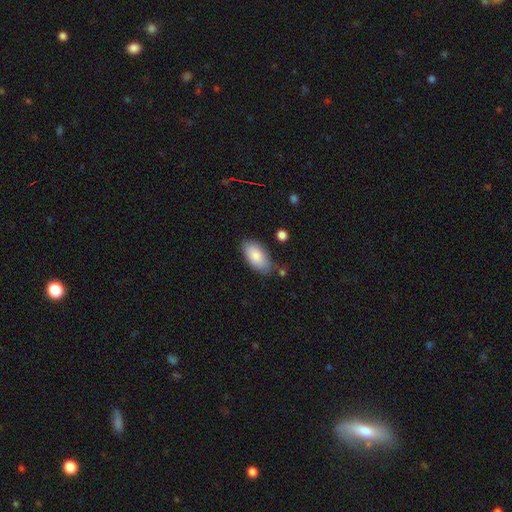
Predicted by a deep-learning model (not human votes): Smooth or featured? Predicted: smooth (p=0.85). How rounded? Predicted: in between (p=0.94). Merging? Predicted: none (p=0.74).